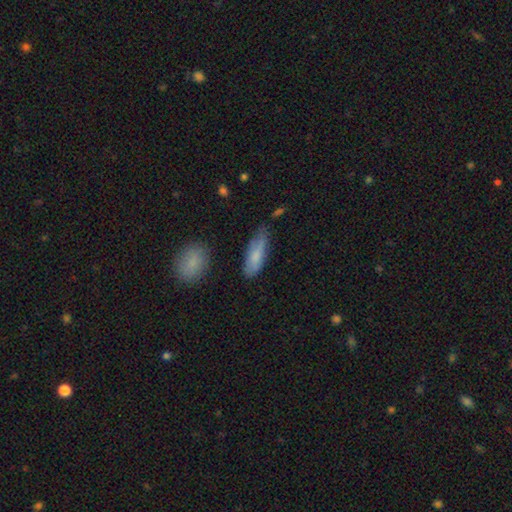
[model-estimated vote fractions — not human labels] Q: Smooth or featured?
A: smooth (76%); runner-up: featured or disk (18%)
Q: How rounded?
A: in between (56%); runner-up: cigar-shaped (41%)
Q: Merging?
A: none (58%); runner-up: minor disturbance (30%)